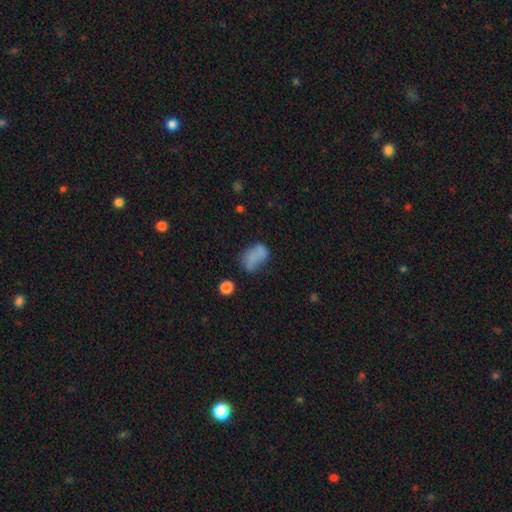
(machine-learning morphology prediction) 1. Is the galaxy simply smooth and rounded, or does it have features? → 69% smooth, 18% featured or disk, 13% star or artifact.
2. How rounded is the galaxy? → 85% in between, 13% round, 2% cigar-shaped.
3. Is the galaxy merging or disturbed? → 35% none, 29% minor disturbance, 25% major disturbance, 11% merger.